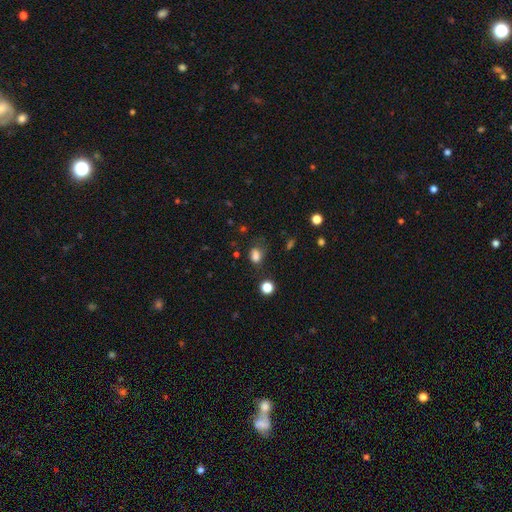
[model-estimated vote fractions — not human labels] smooth-or-featured: smooth: 78% | star or artifact: 15% | featured or disk: 7%
  how-rounded: in between: 67% | round: 32% | cigar-shaped: 2%
  merging: none: 55% | minor disturbance: 25% | major disturbance: 14% | merger: 6%